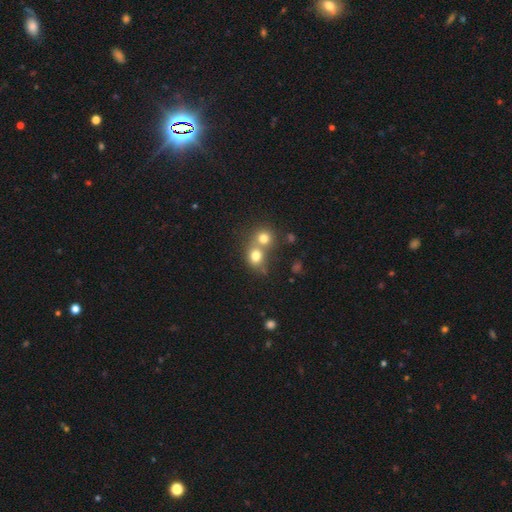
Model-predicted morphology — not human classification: smooth 75%, star or artifact 12%, featured or disk 12%. Down the decision tree: how rounded — round (70%); merging — merger (55%).